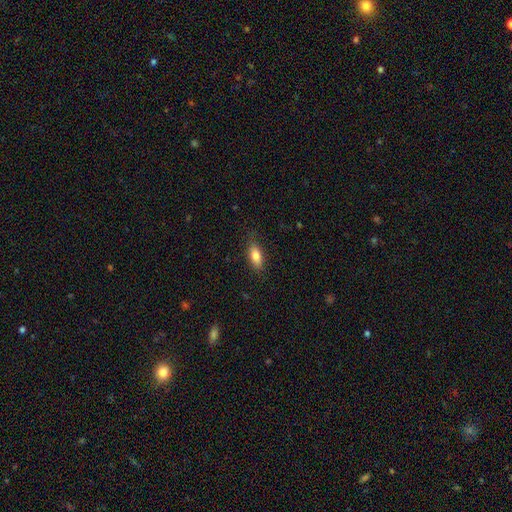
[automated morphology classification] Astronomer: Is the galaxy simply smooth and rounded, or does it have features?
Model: smooth — 83%.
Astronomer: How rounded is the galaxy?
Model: in between — 80%.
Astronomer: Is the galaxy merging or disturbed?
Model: none — 83%.